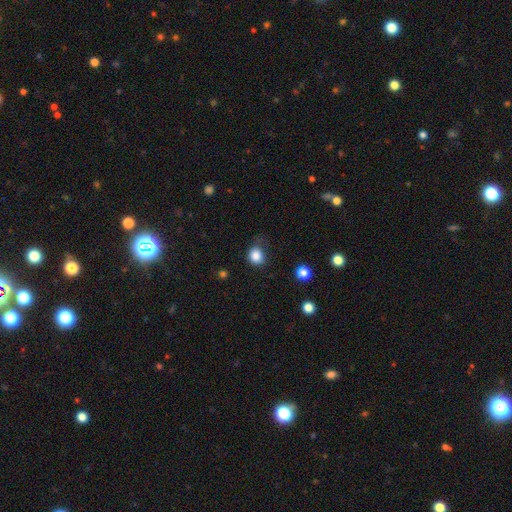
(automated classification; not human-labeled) Smooth or featured: smooth — 84% (star or artifact — 11%)
How rounded: round — 73% (in between — 26%)
Merging: none — 65% (minor disturbance — 25%)